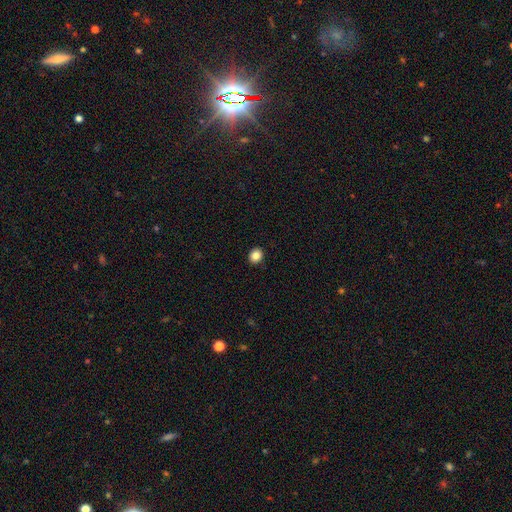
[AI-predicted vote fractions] A smooth galaxy with no disk features (85%) that is round (68%).

Vote fractions:
- Smooth or featured? smooth: 85% / star or artifact: 10% / featured or disk: 4%
- How rounded? round: 68% / in between: 31% / cigar-shaped: 1%
- Merging? none: 92% / minor disturbance: 6% / major disturbance: 2% / merger: 1%